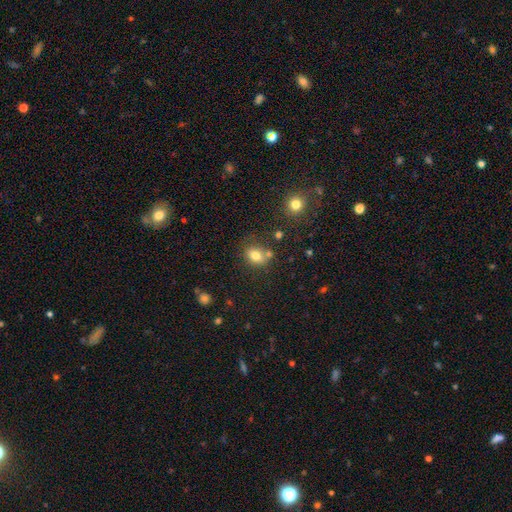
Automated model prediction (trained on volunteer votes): Q: Smooth or featured?
A: smooth (78%); runner-up: star or artifact (12%)
Q: How rounded?
A: in between (58%); runner-up: round (40%)
Q: Merging?
A: none (60%); runner-up: merger (18%)